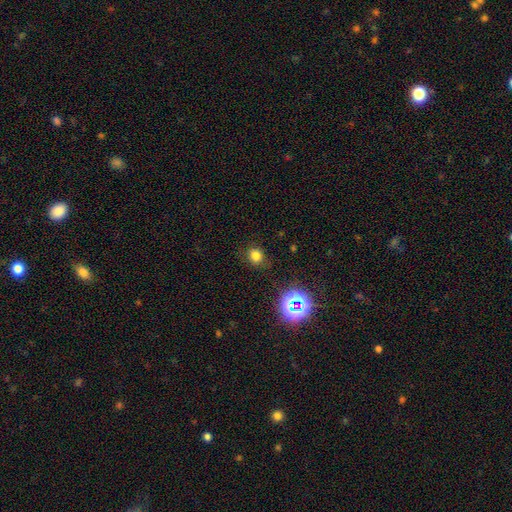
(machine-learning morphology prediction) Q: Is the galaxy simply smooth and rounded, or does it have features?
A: smooth — 73%.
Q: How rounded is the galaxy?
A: round — 68%.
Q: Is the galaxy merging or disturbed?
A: none — 83%.